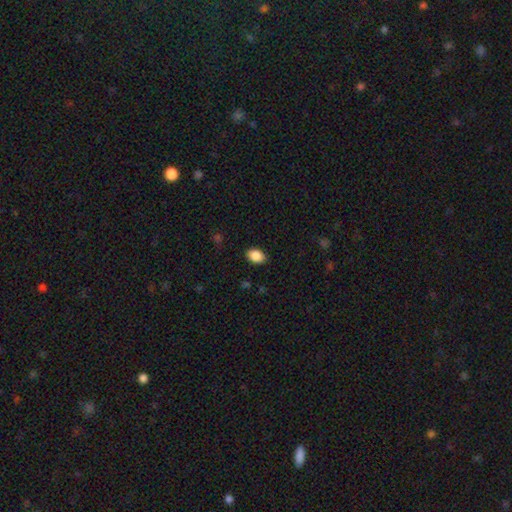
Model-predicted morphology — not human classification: A smooth galaxy with no disk features (88%) that is in between round and cigar-shaped (83%).

Vote fractions:
- Smooth or featured? smooth: 88% / star or artifact: 8% / featured or disk: 4%
- How rounded? in between: 83% / round: 16% / cigar-shaped: 1%
- Merging? none: 87% / minor disturbance: 10% / major disturbance: 2% / merger: 1%